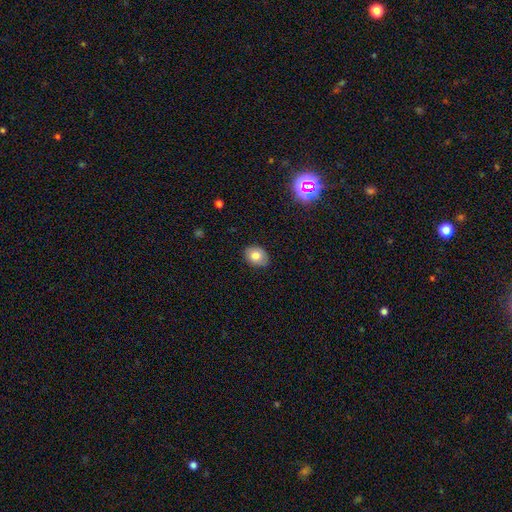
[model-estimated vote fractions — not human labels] smooth 79%, featured or disk 12%, star or artifact 9%. Down the decision tree: how rounded — in between (63%); merging — none (82%).